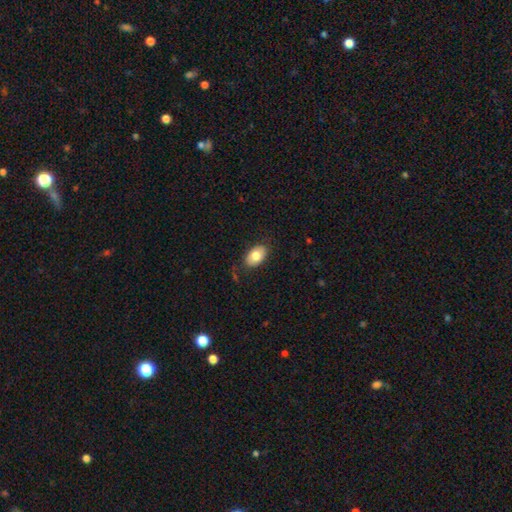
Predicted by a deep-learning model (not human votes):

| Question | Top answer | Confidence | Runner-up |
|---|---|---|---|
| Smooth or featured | smooth | 80% | featured or disk (12%) |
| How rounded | in between | 90% | round (8%) |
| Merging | none | 83% | minor disturbance (13%) |